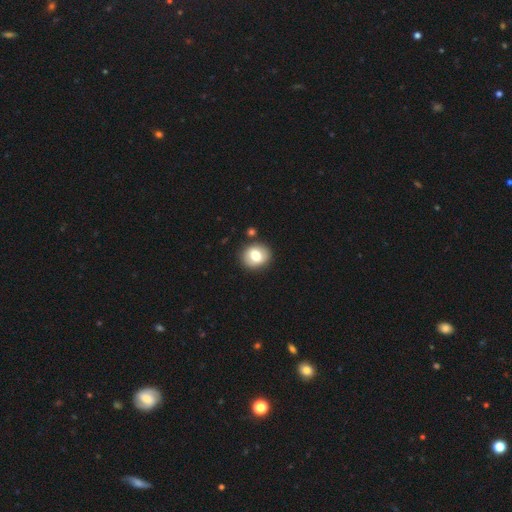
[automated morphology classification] A smooth galaxy with no disk features (71%) that is round (69%).

Vote fractions:
- Smooth or featured? smooth: 71% / featured or disk: 21% / star or artifact: 8%
- How rounded? round: 69% / in between: 30% / cigar-shaped: 1%
- Merging? none: 84% / minor disturbance: 9% / merger: 4% / major disturbance: 3%